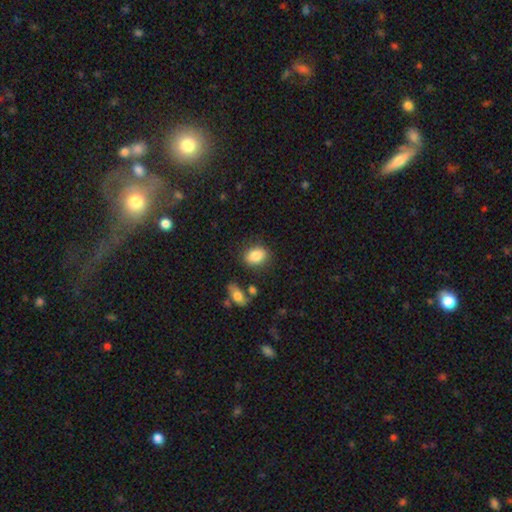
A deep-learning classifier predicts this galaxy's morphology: Smooth or featured?
  - smooth: 86% *
  - star or artifact: 8%
  - featured or disk: 6%
How rounded?
  - in between: 71% *
  - round: 27%
  - cigar-shaped: 1%
Merging?
  - none: 79% *
  - minor disturbance: 13%
  - merger: 4%
  - major disturbance: 4%